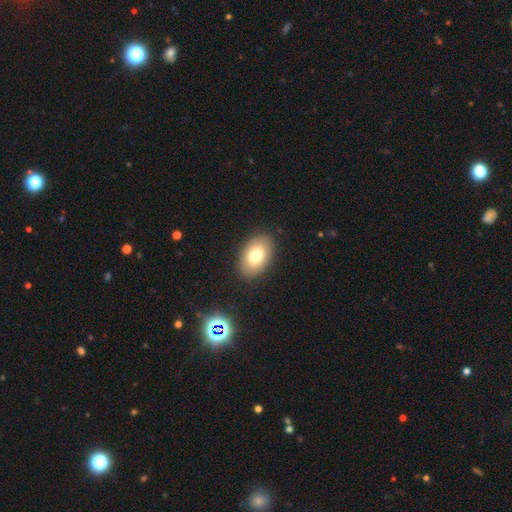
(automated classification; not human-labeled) smooth-or-featured: smooth: 75% | featured or disk: 16% | star or artifact: 9%
  how-rounded: in between: 89% | round: 10% | cigar-shaped: 1%
  merging: none: 88% | minor disturbance: 8% | major disturbance: 2% | merger: 1%